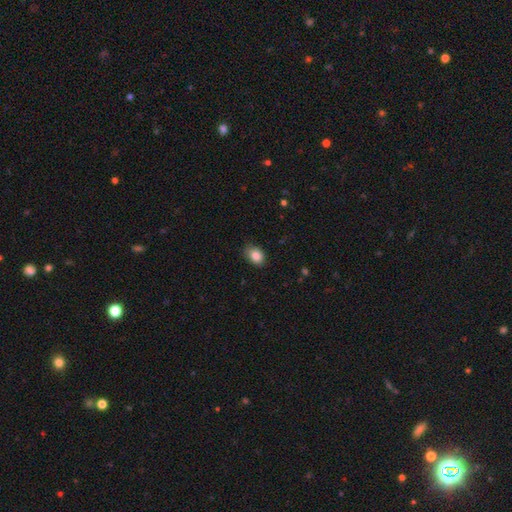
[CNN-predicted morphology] Smooth or featured? Predicted: smooth (p=0.85). How rounded? Predicted: in between (p=0.69). Merging? Predicted: none (p=0.77).